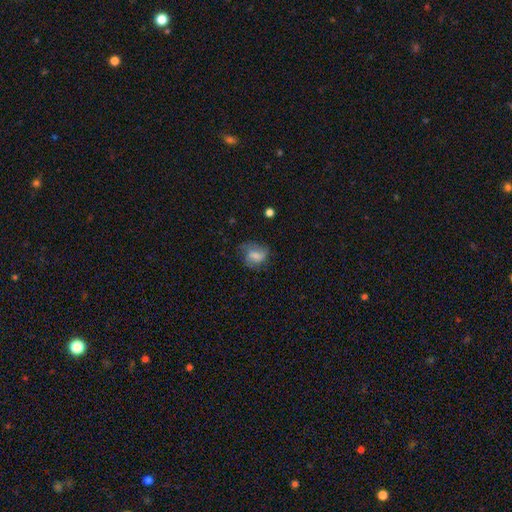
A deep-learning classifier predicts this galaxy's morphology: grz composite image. It shows a smooth galaxy with no disk features (62%) that is in between round and cigar-shaped (56%). Merging: none (50%).